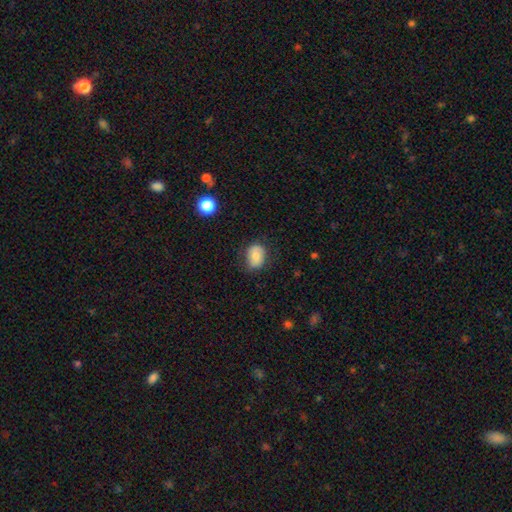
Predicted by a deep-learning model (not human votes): This is likely a smooth galaxy (76%). How rounded: likely in between (69%). Merging: likely none (72%).